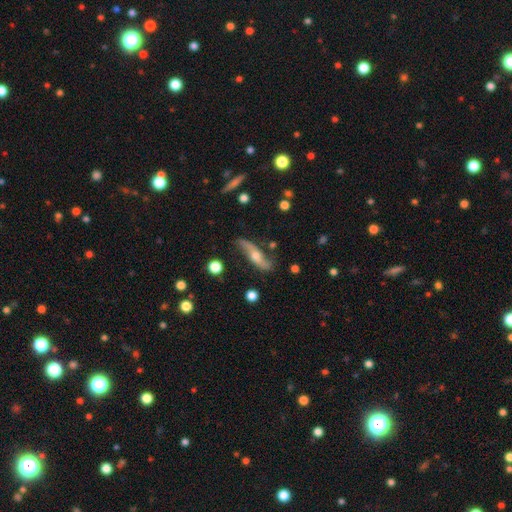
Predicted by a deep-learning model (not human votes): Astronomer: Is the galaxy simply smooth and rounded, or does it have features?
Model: featured or disk — 69%.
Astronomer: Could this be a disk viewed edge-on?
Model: no — 60% (runner-up: yes, 40%).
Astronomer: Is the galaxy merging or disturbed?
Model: none — 70%.